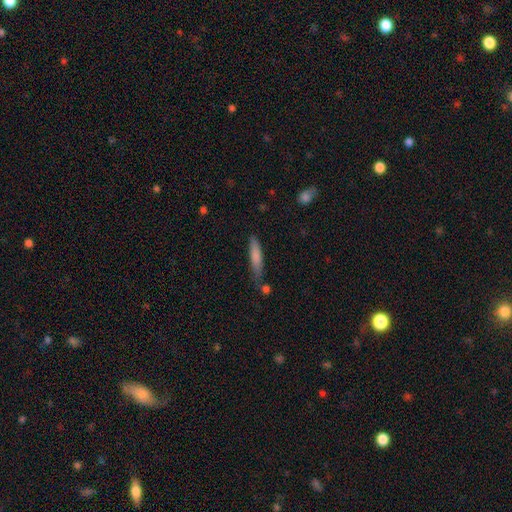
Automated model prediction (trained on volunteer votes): A smooth galaxy with no disk features (78%) that is cigar-shaped (85%). Merging: none (69%).